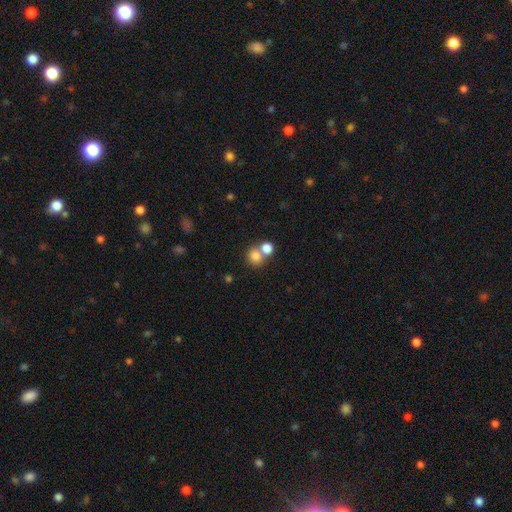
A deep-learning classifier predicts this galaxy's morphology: type=smooth (79%); roundness=round (79%); merging=none (46%).